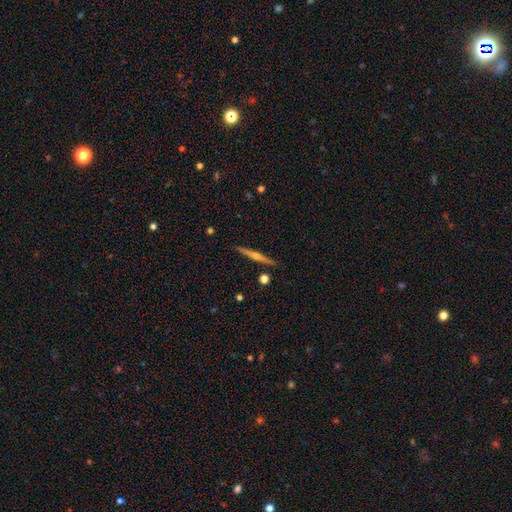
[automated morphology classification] The model was most divided on "smooth or featured": featured or disk: 75%, smooth: 19%, star or artifact: 6%. More confident: edge-on disk — yes (98%); merging — none (91%); edge-on bulge — rounded (86%).